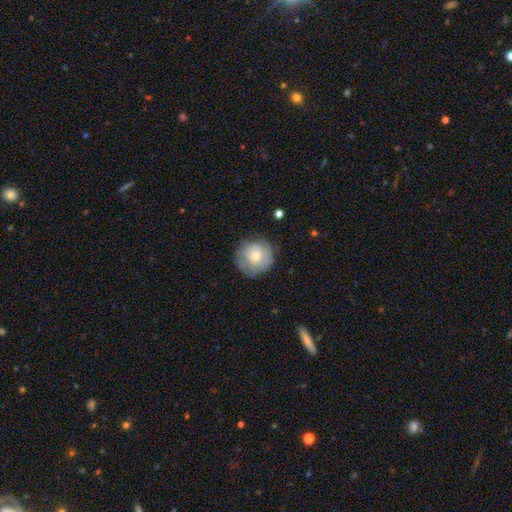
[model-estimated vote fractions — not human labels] Morphology: type=smooth (68%); roundness=round (93%); merging=none (73%).